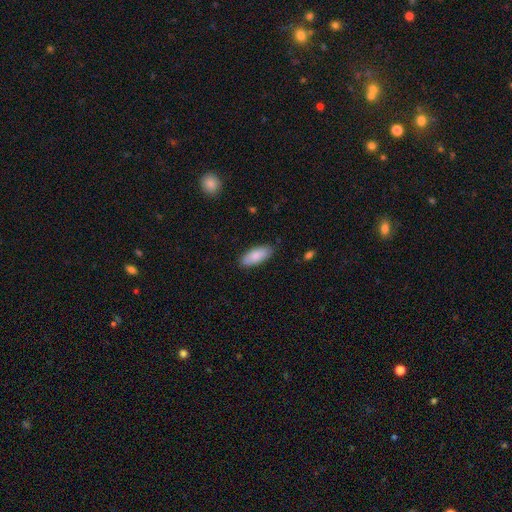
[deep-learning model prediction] A smooth galaxy with no disk features (87%) that is in between round and cigar-shaped (83%). Merging: none (87%).